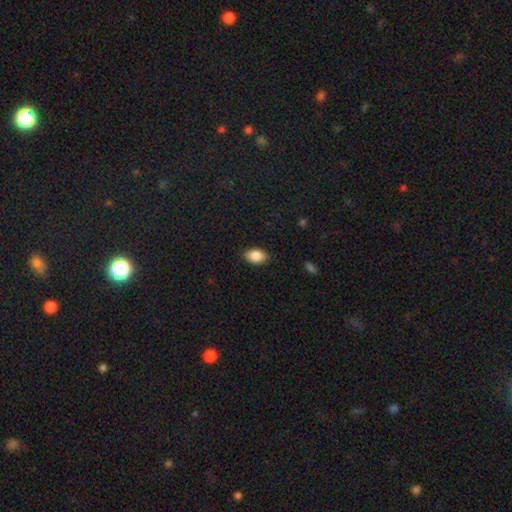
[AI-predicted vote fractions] Smooth or featured: smooth — 86% (star or artifact — 8%)
How rounded: in between — 88% (round — 11%)
Merging: none — 85% (minor disturbance — 12%)